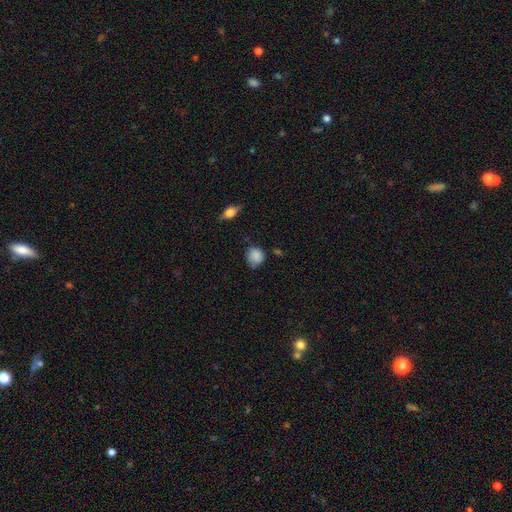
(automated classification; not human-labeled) Overall: smooth (84%). How rounded: round (75%). Merging: none (61%; minor disturbance 31%).